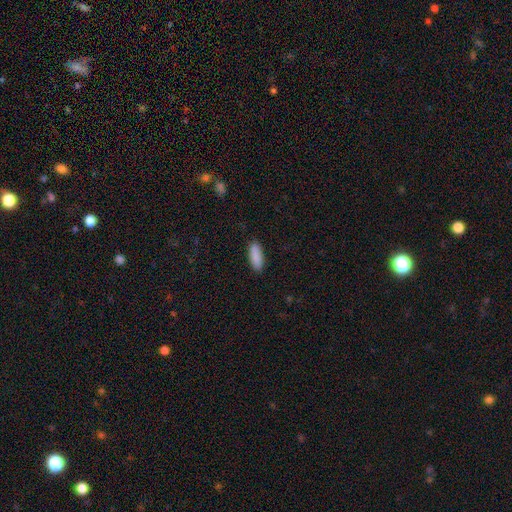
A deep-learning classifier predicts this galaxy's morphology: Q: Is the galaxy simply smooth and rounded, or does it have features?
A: smooth — 90%.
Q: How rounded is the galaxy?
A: in between — 66%.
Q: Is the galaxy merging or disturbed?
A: none — 90%.